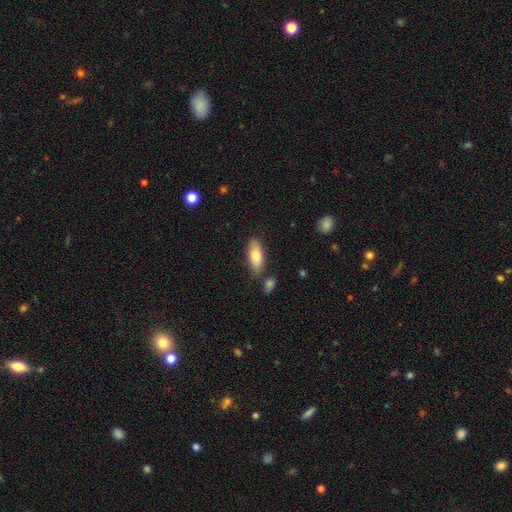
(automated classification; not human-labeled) A smooth galaxy with no disk features (76%) that is in between round and cigar-shaped (80%).

Vote fractions:
- Smooth or featured? smooth: 76% / featured or disk: 18% / star or artifact: 6%
- How rounded? in between: 80% / cigar-shaped: 17% / round: 3%
- Merging? none: 77% / minor disturbance: 14% / merger: 6% / major disturbance: 3%